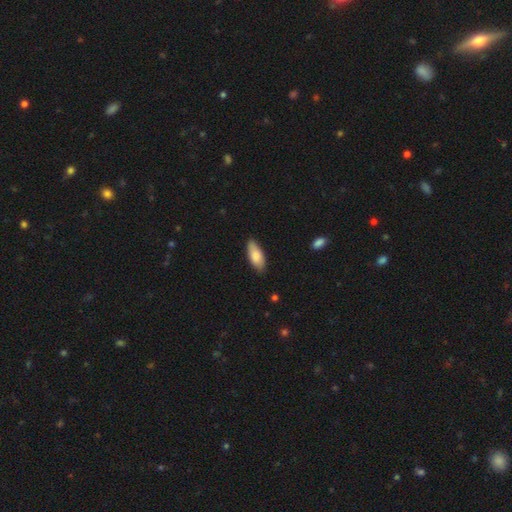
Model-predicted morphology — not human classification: smooth 82%, featured or disk 13%, star or artifact 6%. Down the decision tree: how rounded — in between (82%); merging — none (82%).